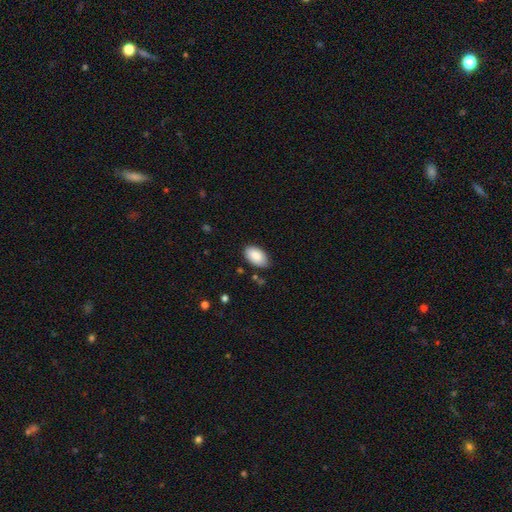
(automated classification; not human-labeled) Q: Smooth or featured?
A: smooth (88%); runner-up: star or artifact (6%)
Q: How rounded?
A: in between (95%); runner-up: round (4%)
Q: Merging?
A: none (81%); runner-up: minor disturbance (15%)